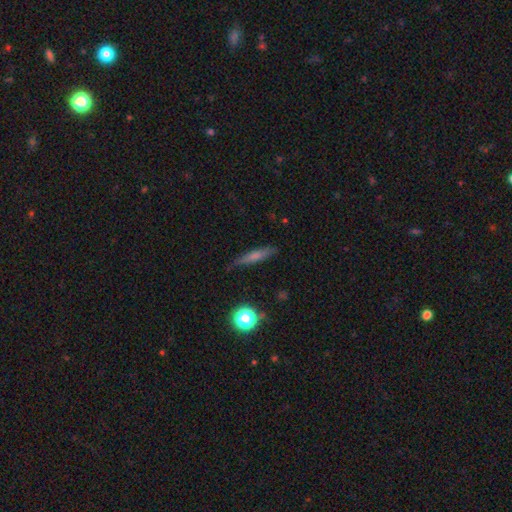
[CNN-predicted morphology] This is possibly a smooth galaxy (57%). How rounded: clearly cigar-shaped (85%). Merging: clearly none (82%).